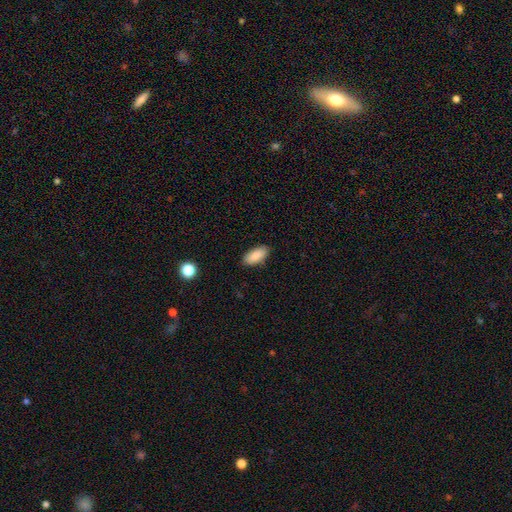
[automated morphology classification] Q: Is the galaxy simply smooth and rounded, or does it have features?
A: smooth — 87%.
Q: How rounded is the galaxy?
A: in between — 89%.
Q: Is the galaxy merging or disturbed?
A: none — 88%.